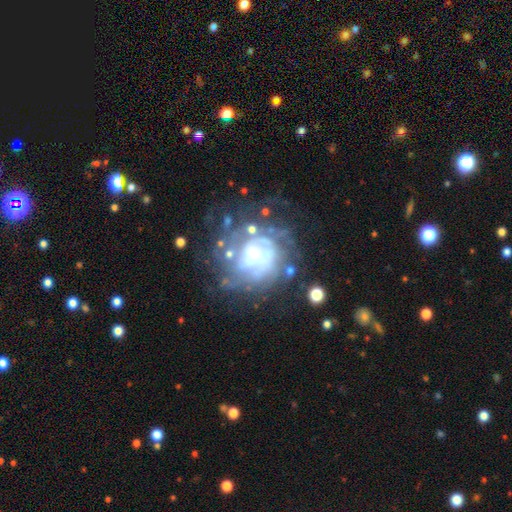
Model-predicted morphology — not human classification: Smooth or featured? Predicted: featured or disk (p=0.76). Edge-on disk? Predicted: no (p=0.98). Bar? Predicted: no (p=0.70). Spiral arms? Predicted: yes (p=0.72). Spiral winding? Predicted: tight (p=0.56). Spiral arm count? Predicted: can't tell (p=0.51). Bulge size? Predicted: moderate (p=0.35). Merging? Predicted: none (p=0.52).